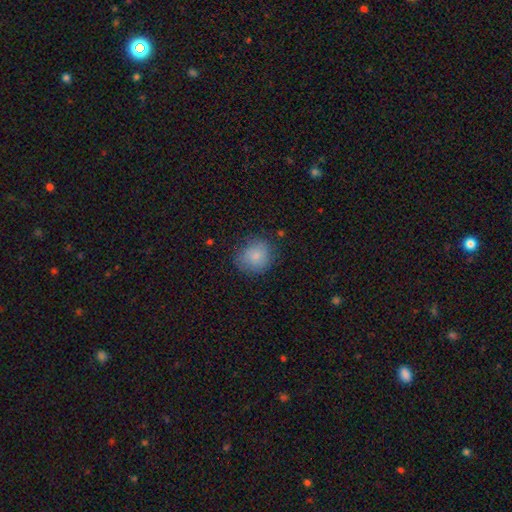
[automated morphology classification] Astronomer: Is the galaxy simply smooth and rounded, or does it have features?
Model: smooth — 81%.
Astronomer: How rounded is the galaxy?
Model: round — 78%.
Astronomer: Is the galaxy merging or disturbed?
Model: none — 72%.